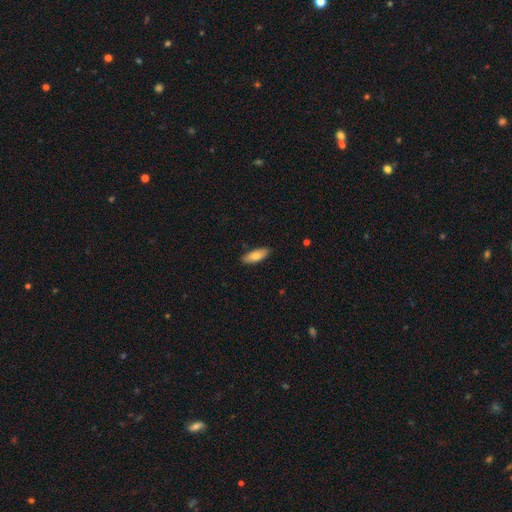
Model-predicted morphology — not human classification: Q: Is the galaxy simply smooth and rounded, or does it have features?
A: smooth — 81%.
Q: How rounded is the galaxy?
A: in between — 73%.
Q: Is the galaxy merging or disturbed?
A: none — 86%.